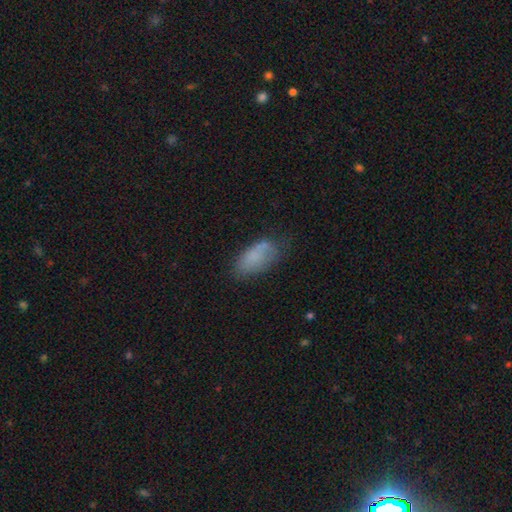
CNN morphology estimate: A smooth galaxy with no disk features (74%) that is in between round and cigar-shaped (89%). Merging: none (53%).